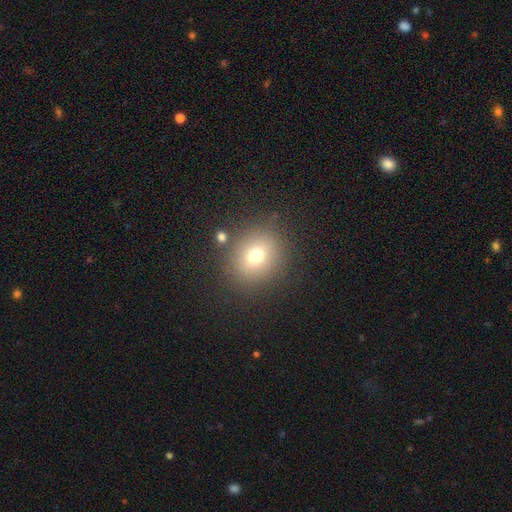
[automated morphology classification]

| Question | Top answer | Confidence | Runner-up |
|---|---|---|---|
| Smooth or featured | smooth | 71% | star or artifact (17%) |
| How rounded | round | 78% | in between (21%) |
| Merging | none | 84% | minor disturbance (8%) |